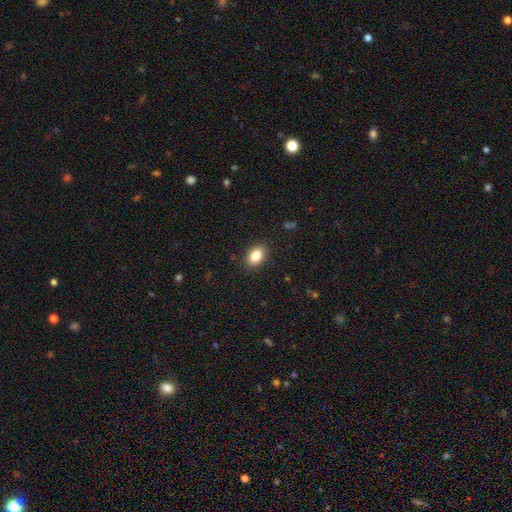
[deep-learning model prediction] This is clearly a smooth galaxy (85%). How rounded: clearly in between (80%). Merging: clearly none (89%).